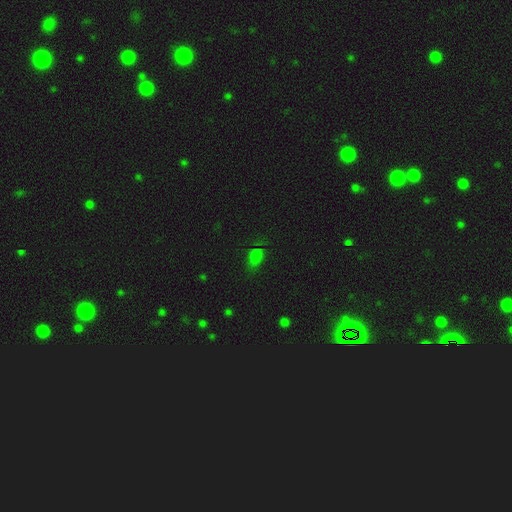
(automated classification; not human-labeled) A smooth galaxy with no disk features (71%) that is in between round and cigar-shaped (73%). Merging: none (63%).